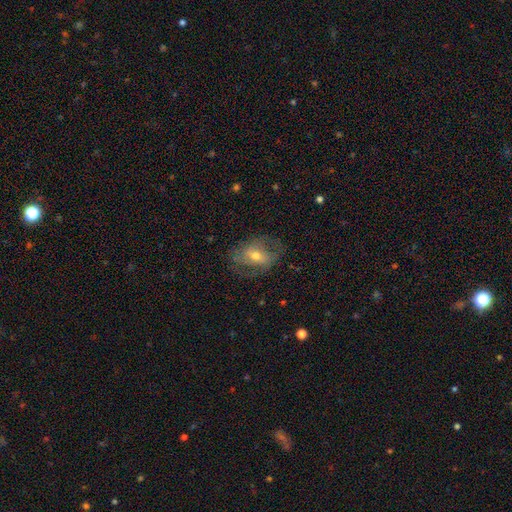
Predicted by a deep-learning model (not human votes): The model was most divided on "bar": no: 39%, weak: 38%, strong: 23%. More confident: edge-on disk — no (92%); bulge size — moderate (63%); merging — none (62%); spiral arms — yes (60%); smooth or featured — featured or disk (56%).